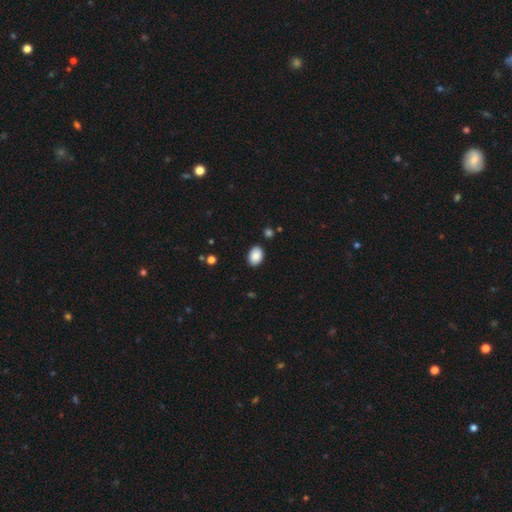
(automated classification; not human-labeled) Smooth or featured: smooth — 89% (star or artifact — 7%)
How rounded: in between — 83% (round — 16%)
Merging: none — 88% (minor disturbance — 8%)